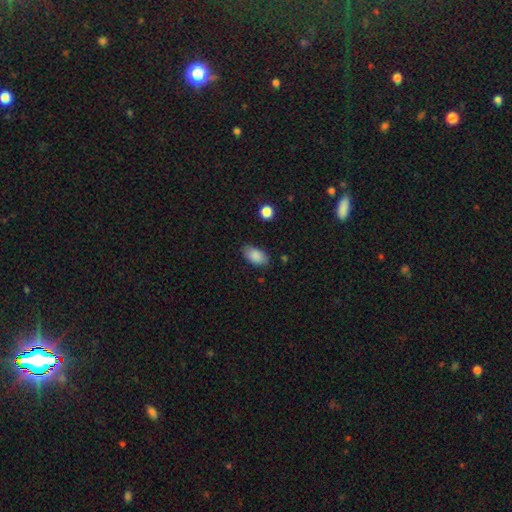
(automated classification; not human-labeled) Q: Smooth or featured?
A: smooth (88%); runner-up: star or artifact (8%)
Q: How rounded?
A: in between (93%); runner-up: round (5%)
Q: Merging?
A: none (81%); runner-up: minor disturbance (14%)